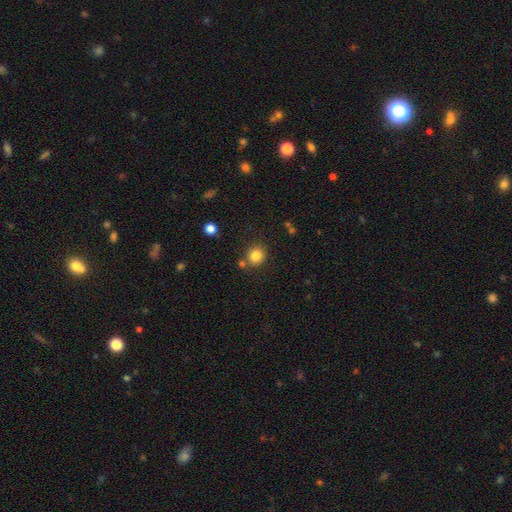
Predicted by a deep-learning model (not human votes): A smooth galaxy with no disk features (84%) that is round (84%). Merging: none (79%).